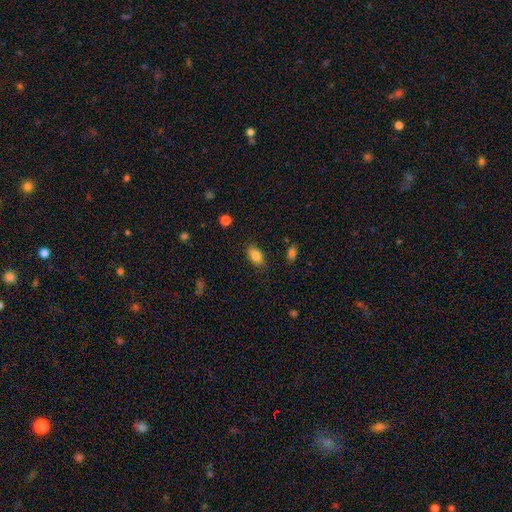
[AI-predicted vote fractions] A smooth galaxy with no disk features (82%) that is in between round and cigar-shaped (88%).

Vote fractions:
- Smooth or featured? smooth: 82% / featured or disk: 9% / star or artifact: 9%
- How rounded? in between: 88% / round: 8% / cigar-shaped: 4%
- Merging? none: 84% / minor disturbance: 12% / major disturbance: 3% / merger: 1%